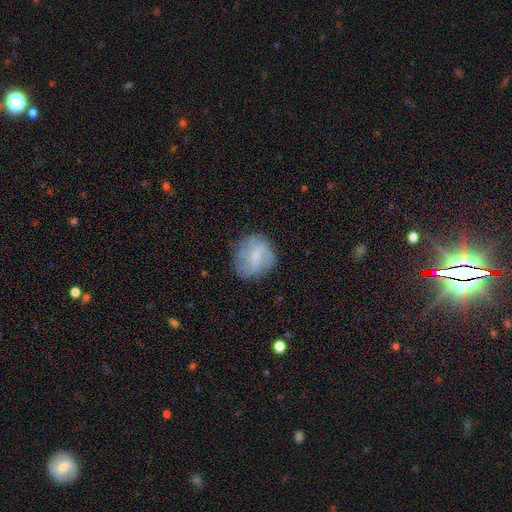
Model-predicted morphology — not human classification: Overall: featured or disk (50%; smooth 41%). Edge-on disk: no (97%). Merging: none (67%).